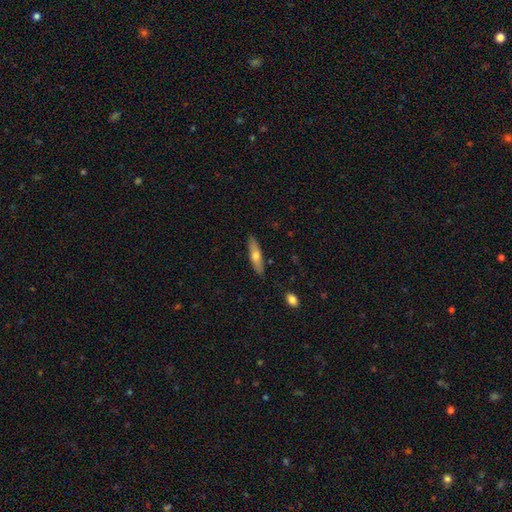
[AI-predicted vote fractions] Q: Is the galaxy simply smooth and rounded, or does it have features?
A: smooth — 59%.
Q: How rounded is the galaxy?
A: cigar-shaped — 70%.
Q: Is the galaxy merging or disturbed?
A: none — 87%.